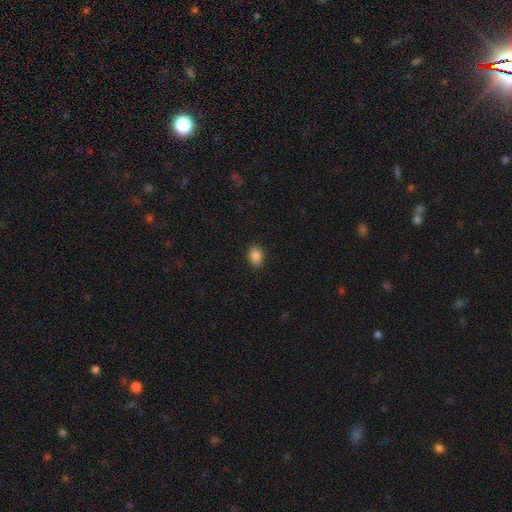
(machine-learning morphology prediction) Q: Smooth or featured?
A: smooth (87%); runner-up: star or artifact (9%)
Q: How rounded?
A: in between (79%); runner-up: round (20%)
Q: Merging?
A: none (88%); runner-up: minor disturbance (9%)